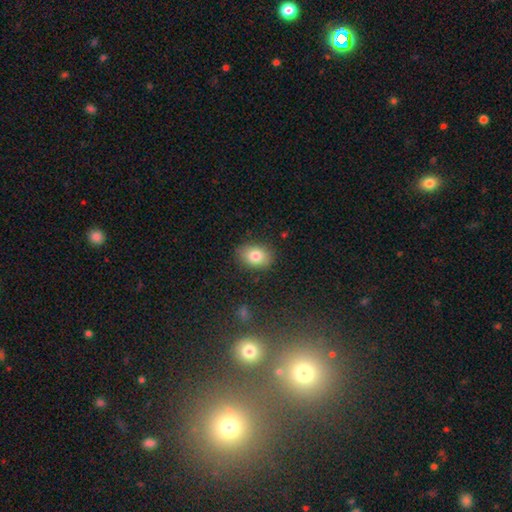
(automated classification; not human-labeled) The model was most divided on "how rounded": in between: 72%, round: 27%, cigar-shaped: 1%. More confident: merging — none (84%); smooth or featured — smooth (82%).